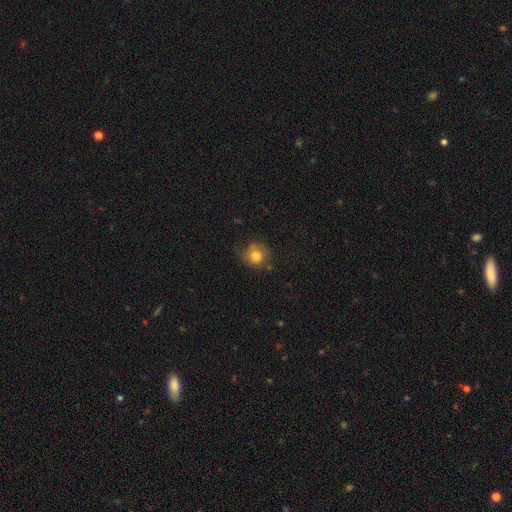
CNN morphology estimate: smooth-or-featured: smooth: 78% | featured or disk: 11% | star or artifact: 10%
  how-rounded: round: 84% | in between: 15% | cigar-shaped: 1%
  merging: none: 66% | minor disturbance: 24% | major disturbance: 8% | merger: 2%